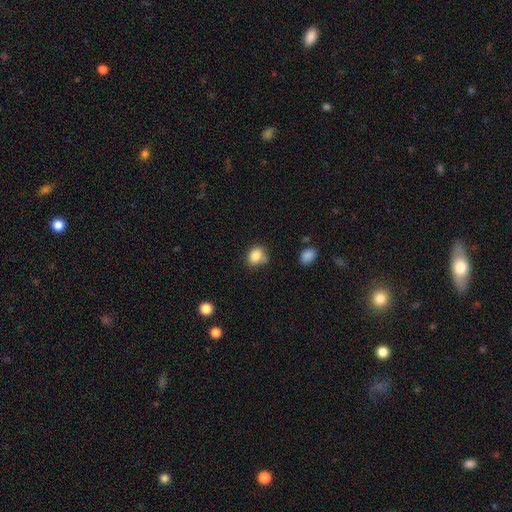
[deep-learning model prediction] This is clearly a smooth galaxy (84%). How rounded: possibly round (58%). Merging: likely none (63%).